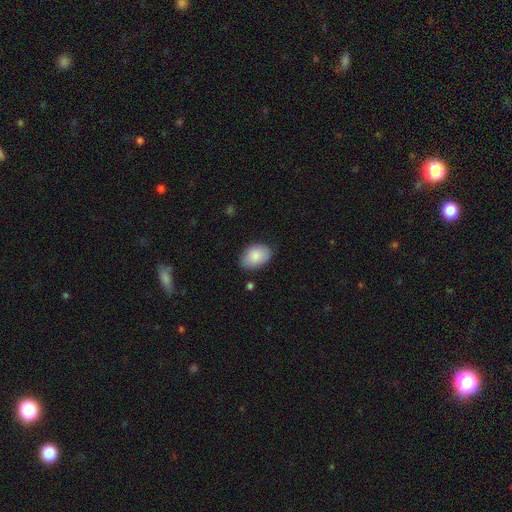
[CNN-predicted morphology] This appears to be a smooth galaxy with no disk features (86%) that is in between round and cigar-shaped (87%). Merging: none (80%).